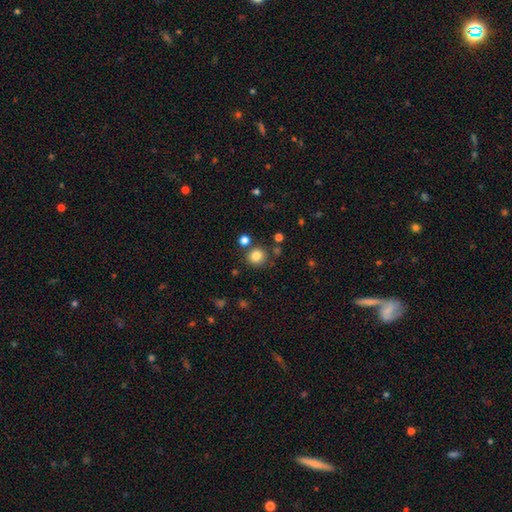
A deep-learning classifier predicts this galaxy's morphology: smooth 82%, star or artifact 12%, featured or disk 5%. Down the decision tree: how rounded — round (90%); merging — none (80%).